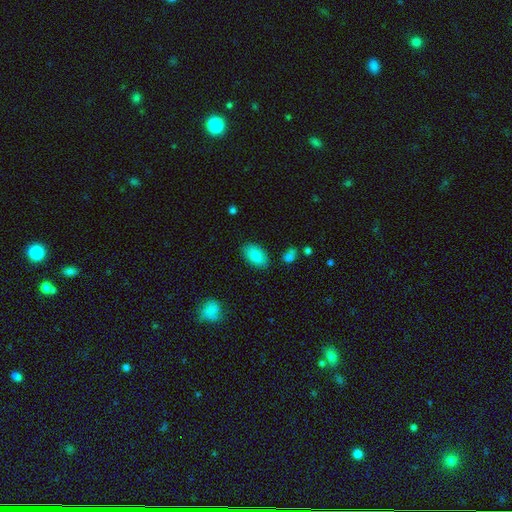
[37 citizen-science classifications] Smooth or featured: smooth — 92% (star or artifact — 5%)
How rounded: in between — 97% (round — 3%)
Merging: none — 80% (minor disturbance — 14%)